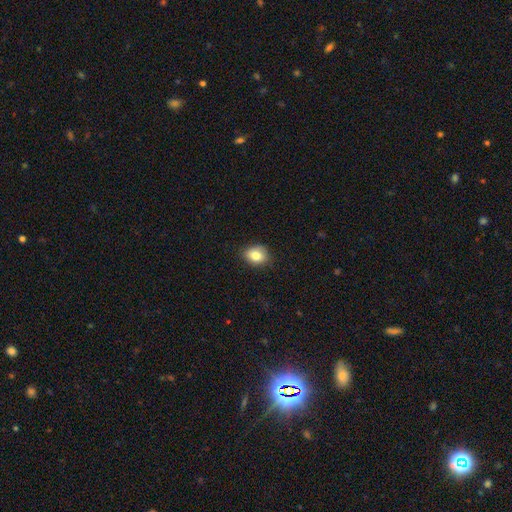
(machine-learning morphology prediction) Overall: smooth (81%). How rounded: in between (57%; round 42%). Merging: none (81%).